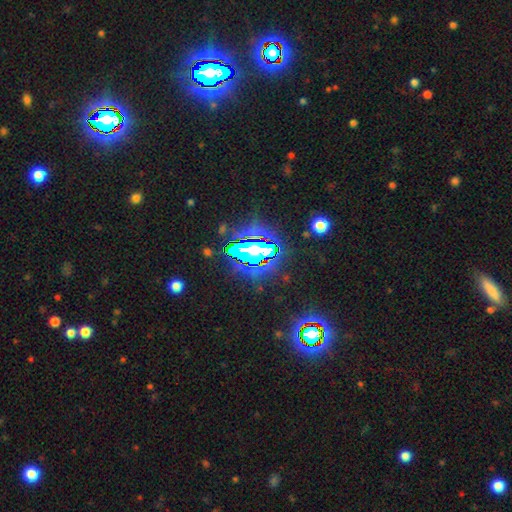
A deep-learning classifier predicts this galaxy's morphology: This is likely a star or artifact rather than a galaxy (78%).